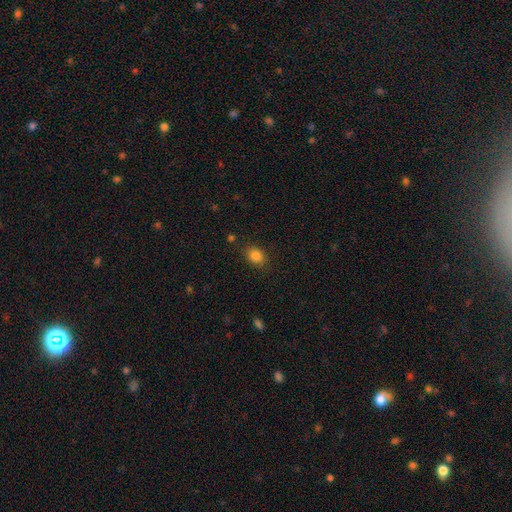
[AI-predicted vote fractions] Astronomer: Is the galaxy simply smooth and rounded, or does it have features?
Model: smooth — 84%.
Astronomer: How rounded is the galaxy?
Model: in between — 56% (runner-up: round, 43%).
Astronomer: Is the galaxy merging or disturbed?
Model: none — 84%.